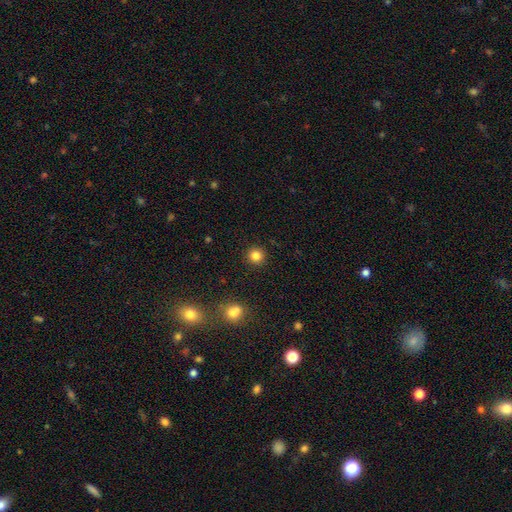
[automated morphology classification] Smooth or featured? smooth (83%)
How rounded? round (94%)
Merging? none (91%)